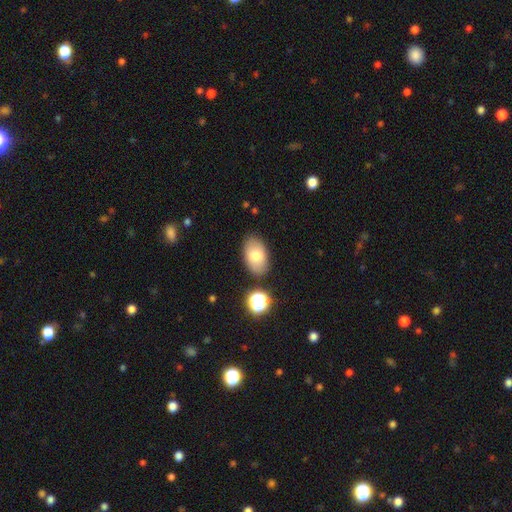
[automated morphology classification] The model was most divided on "smooth or featured": smooth: 77%, featured or disk: 15%, star or artifact: 8%. More confident: how rounded — in between (91%); merging — none (81%).